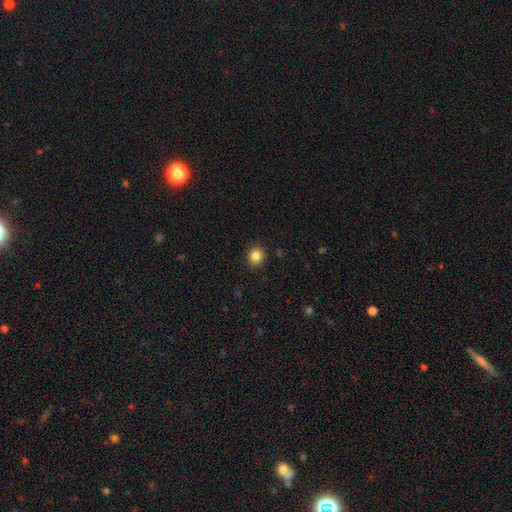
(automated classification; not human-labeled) Smooth or featured?
  - smooth: 85% *
  - star or artifact: 10%
  - featured or disk: 5%
How rounded?
  - round: 86% *
  - in between: 13%
  - cigar-shaped: 1%
Merging?
  - none: 90% *
  - minor disturbance: 7%
  - major disturbance: 2%
  - merger: 1%